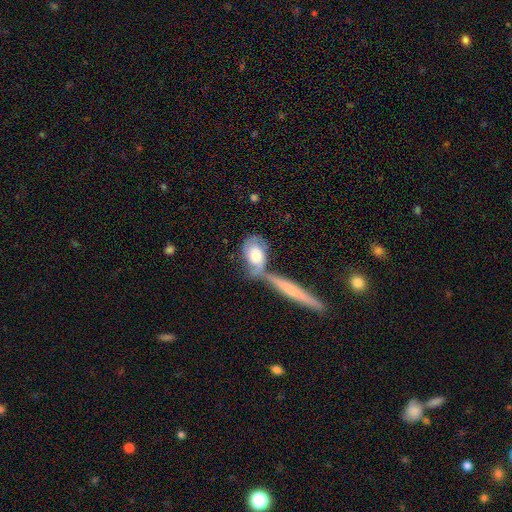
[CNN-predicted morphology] This is possibly a featured or disk galaxy (53%). It is clearly not viewed edge-on (84%). Merging: marginally merger (40%).